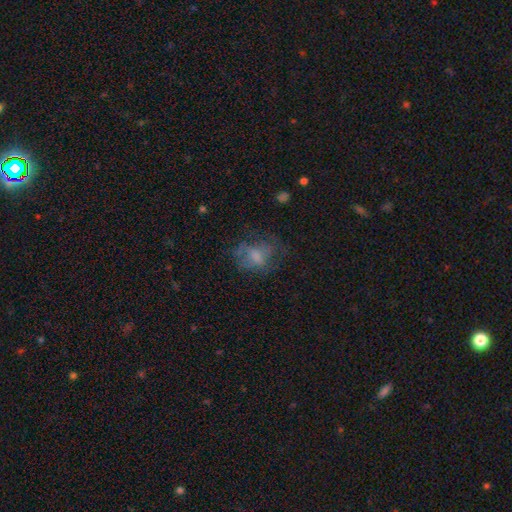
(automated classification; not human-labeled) A smooth galaxy with no disk features (49%). Merging: none (45%).